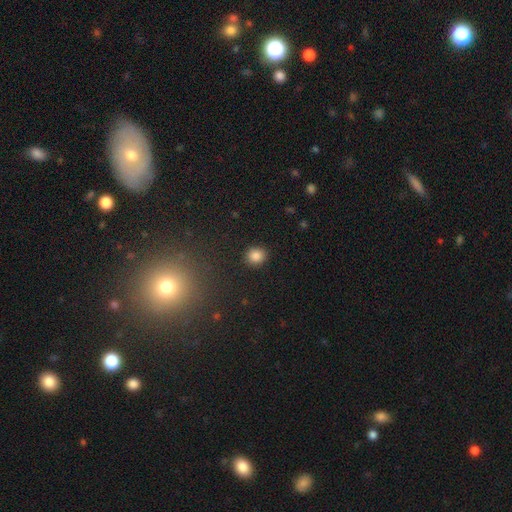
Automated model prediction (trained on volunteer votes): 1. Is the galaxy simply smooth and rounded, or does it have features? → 85% smooth, 11% star or artifact, 4% featured or disk.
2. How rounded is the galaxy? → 84% round, 15% in between, 1% cigar-shaped.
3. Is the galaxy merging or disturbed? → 90% none, 6% minor disturbance, 2% major disturbance, 1% merger.